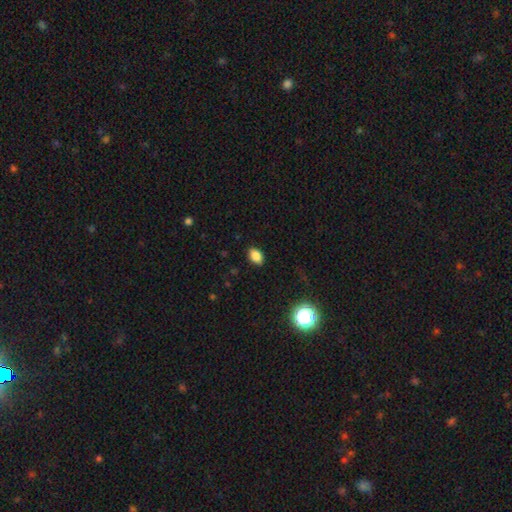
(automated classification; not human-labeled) Overall: smooth (85%). How rounded: in between (82%). Merging: none (88%).